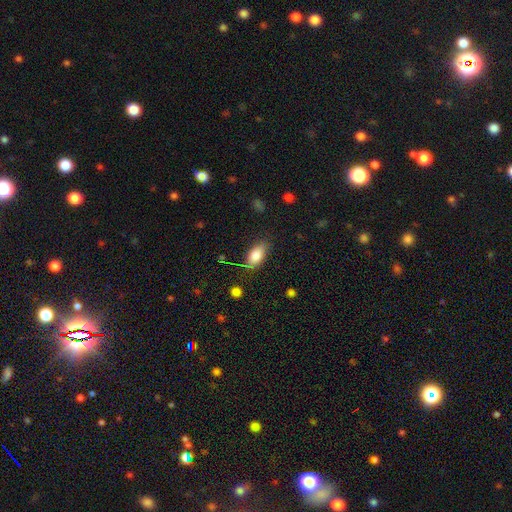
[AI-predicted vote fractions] Smooth or featured: smooth — 81% (featured or disk — 12%)
How rounded: in between — 88% (cigar-shaped — 7%)
Merging: none — 74% (minor disturbance — 19%)